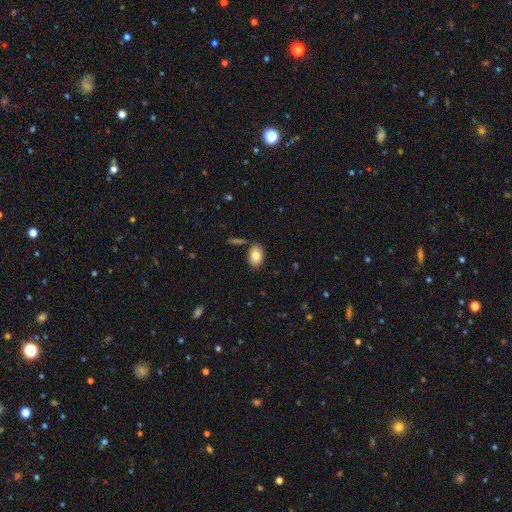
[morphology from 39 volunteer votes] smooth-or-featured: smooth: 85% | featured or disk: 10% | star or artifact: 5%
  how-rounded: in between: 85% | round: 15% | cigar-shaped: 0%
  merging: none: 65% | merger: 27% | minor disturbance: 5% | major disturbance: 3%